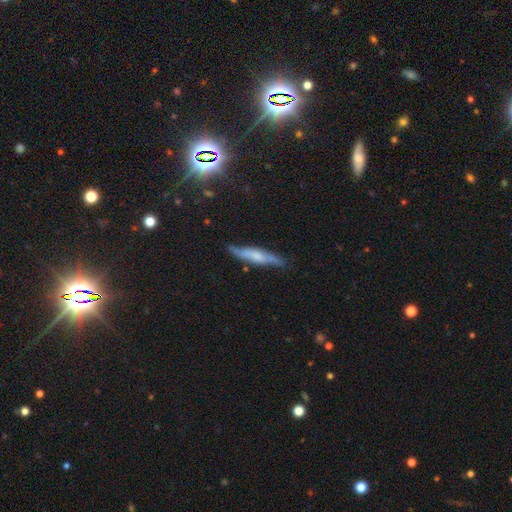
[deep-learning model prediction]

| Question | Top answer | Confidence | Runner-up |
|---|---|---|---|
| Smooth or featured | featured or disk | 57% | smooth (35%) |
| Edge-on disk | yes | 79% | no (21%) |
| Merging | none | 75% | minor disturbance (19%) |